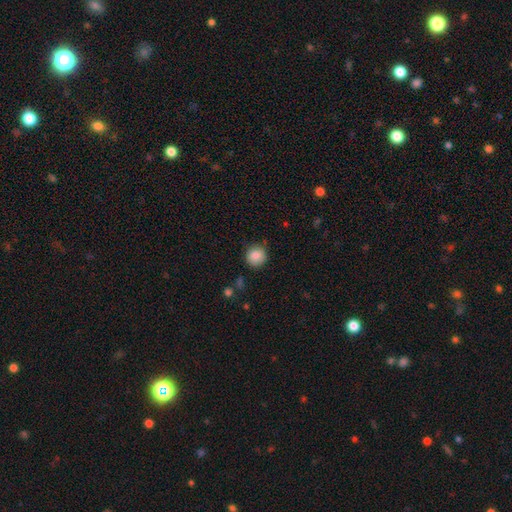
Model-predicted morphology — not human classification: A smooth galaxy with no disk features (87%) that is round (91%). Merging: none (86%).